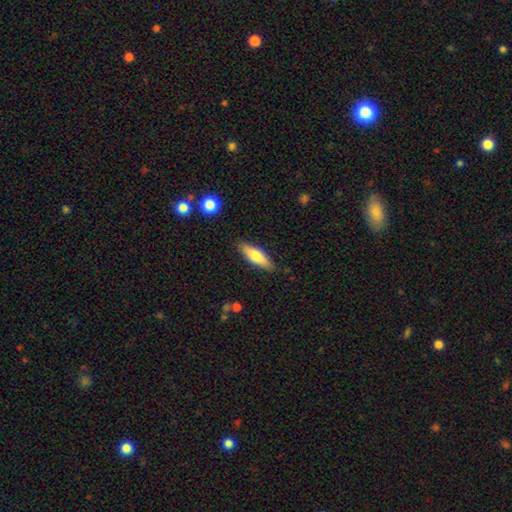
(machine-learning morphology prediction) This appears to be a smooth galaxy with no disk features (73%) that is in between round and cigar-shaped (53%). Merging: none (85%).